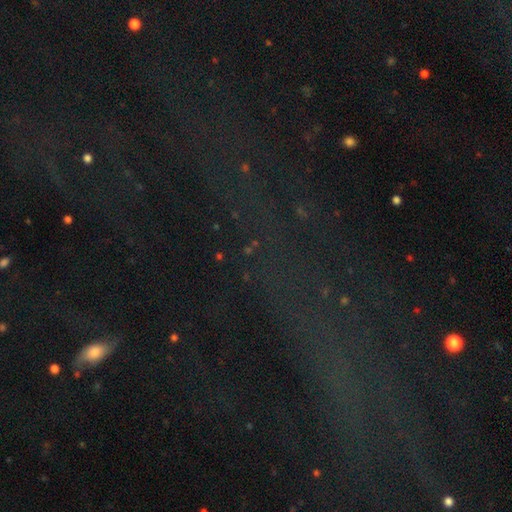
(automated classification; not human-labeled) Morphology: type=star or artifact (69%).